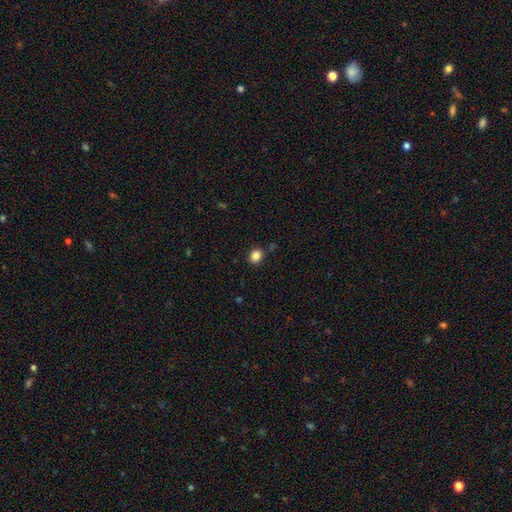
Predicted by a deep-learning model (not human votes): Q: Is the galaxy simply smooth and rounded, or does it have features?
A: smooth — 85%.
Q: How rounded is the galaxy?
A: round — 60%.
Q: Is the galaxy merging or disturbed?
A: none — 86%.